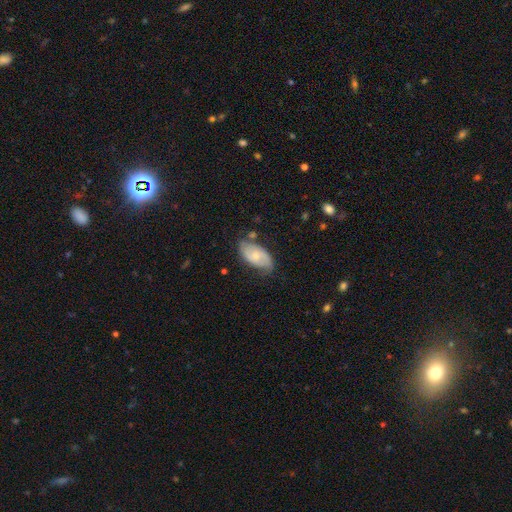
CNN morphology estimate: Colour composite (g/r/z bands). It shows a featured or disk galaxy (55%) with no bar (59%), spiral arms (84%) and a small central bulge (52%). Merging: none (64%).